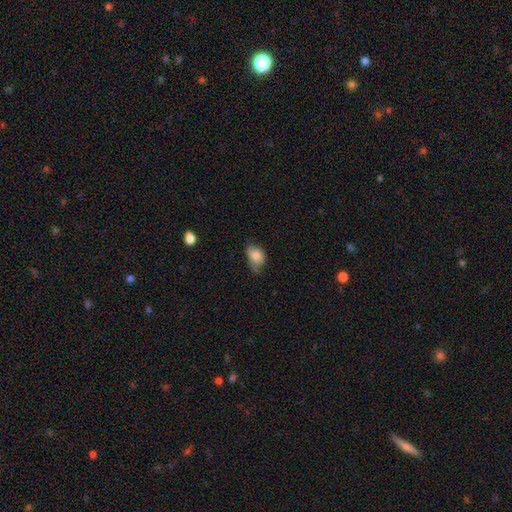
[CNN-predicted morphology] This is clearly a smooth galaxy (82%). How rounded: likely in between (79%). Merging: marginally minor disturbance (42%, tied with none).